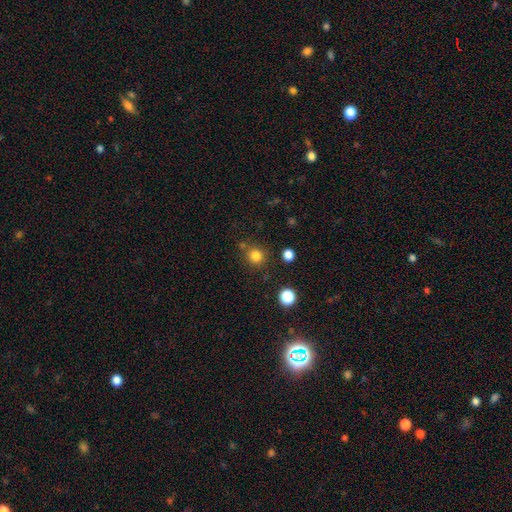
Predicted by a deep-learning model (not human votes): A smooth galaxy with no disk features (81%) that is round (92%). Merging: none (81%).